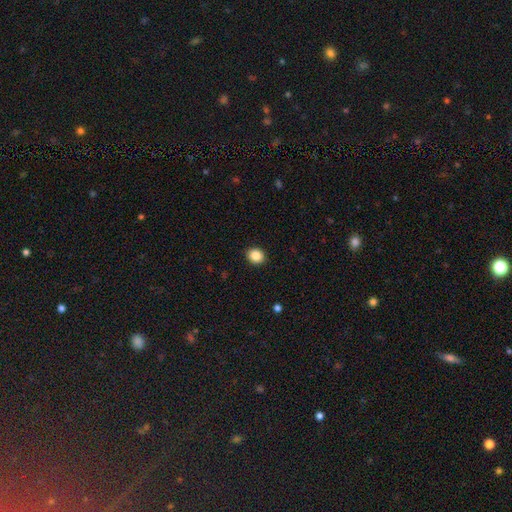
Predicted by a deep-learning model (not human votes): Overall: smooth (86%). How rounded: round (69%; in between 30%). Merging: none (91%).